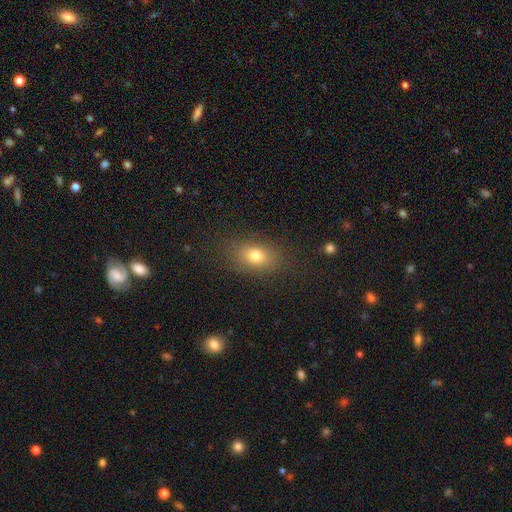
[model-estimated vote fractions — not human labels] This appears to be a smooth galaxy with no disk features (77%) that is in between round and cigar-shaped (75%). Merging: none (82%).